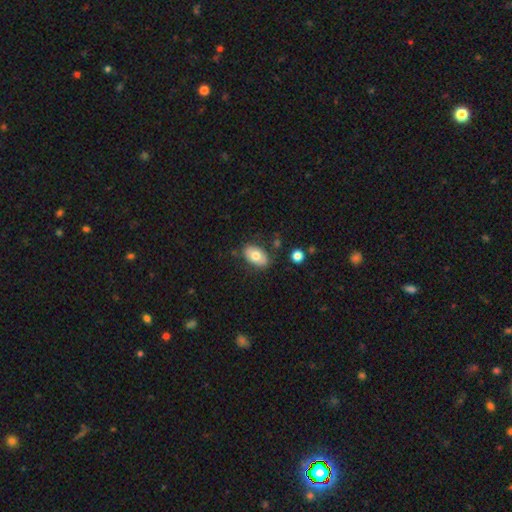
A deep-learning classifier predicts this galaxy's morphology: Smooth or featured? Predicted: smooth (p=0.73). How rounded? Predicted: in between (p=0.91). Merging? Predicted: none (p=0.79).